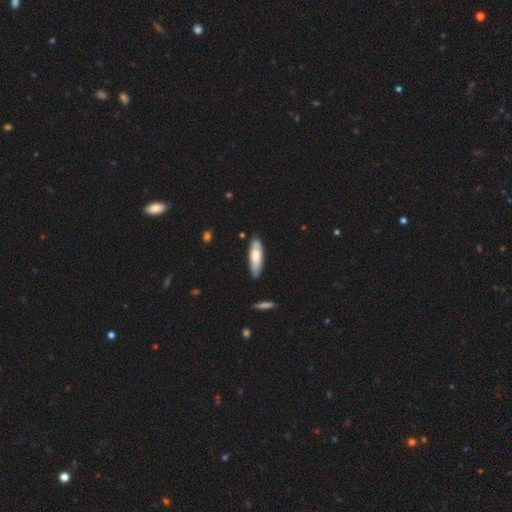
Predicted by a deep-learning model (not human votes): This appears to be a smooth galaxy with no disk features (66%) that is cigar-shaped (51%). Merging: none (81%).